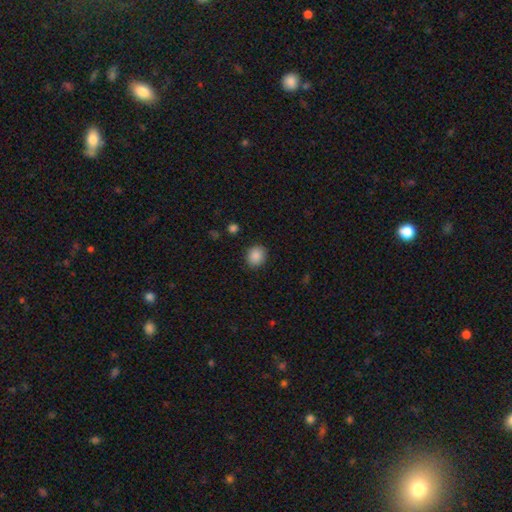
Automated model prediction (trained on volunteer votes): This is clearly a smooth galaxy (88%). How rounded: likely round (76%). Merging: clearly none (88%).